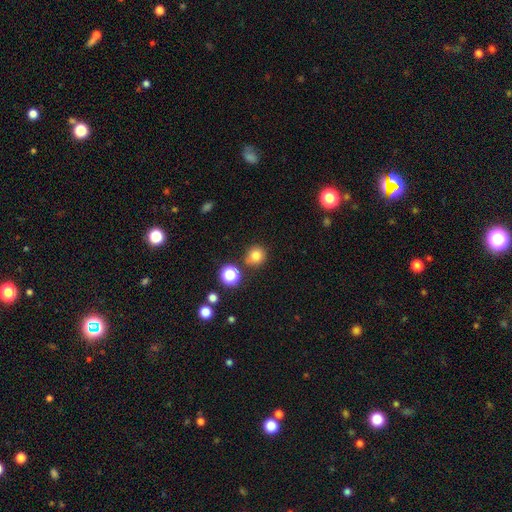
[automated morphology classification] smooth-or-featured: smooth: 79% | star or artifact: 15% | featured or disk: 6%
  how-rounded: round: 91% | in between: 8% | cigar-shaped: 1%
  merging: none: 79% | minor disturbance: 10% | merger: 7% | major disturbance: 3%